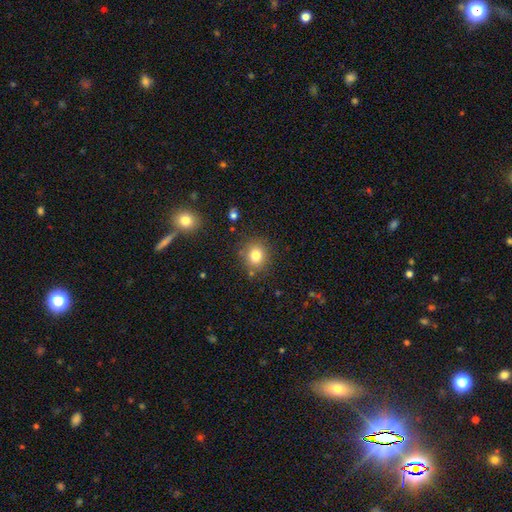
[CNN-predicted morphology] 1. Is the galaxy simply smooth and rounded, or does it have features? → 80% smooth, 12% star or artifact, 8% featured or disk.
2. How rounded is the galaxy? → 77% round, 22% in between, 1% cigar-shaped.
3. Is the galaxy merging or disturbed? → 82% none, 11% minor disturbance, 4% merger, 3% major disturbance.